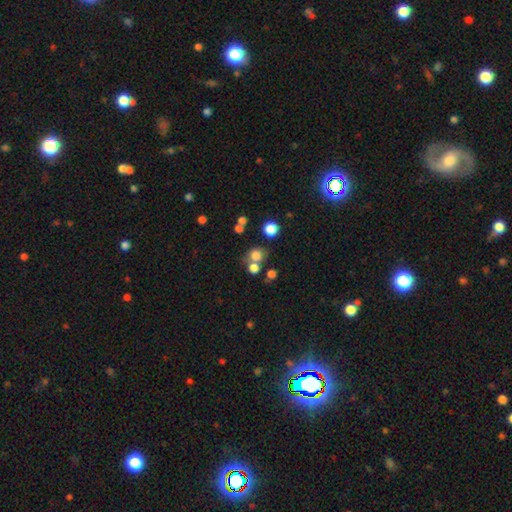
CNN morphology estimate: Q: Smooth or featured?
A: smooth (74%); runner-up: star or artifact (17%)
Q: How rounded?
A: round (81%); runner-up: in between (18%)
Q: Merging?
A: none (55%); runner-up: merger (31%)